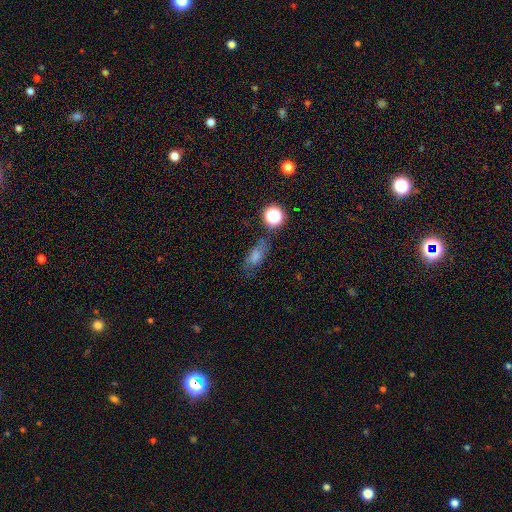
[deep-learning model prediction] Smooth or featured? Predicted: smooth (p=0.68). How rounded? Predicted: in between (p=0.72). Merging? Predicted: none (p=0.57).